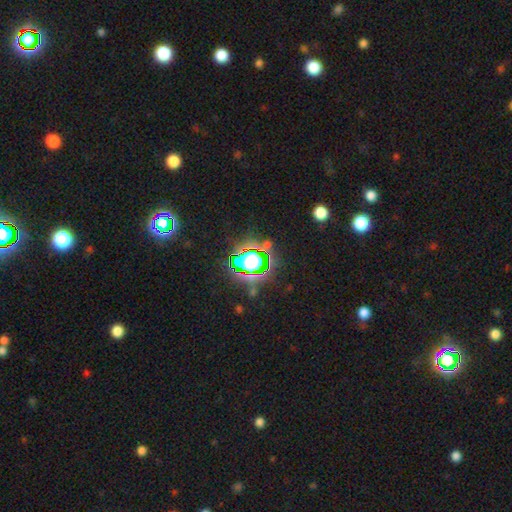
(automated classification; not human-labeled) smooth_or_featured: star or artifact (p=0.78) [alt: smooth p=0.14]